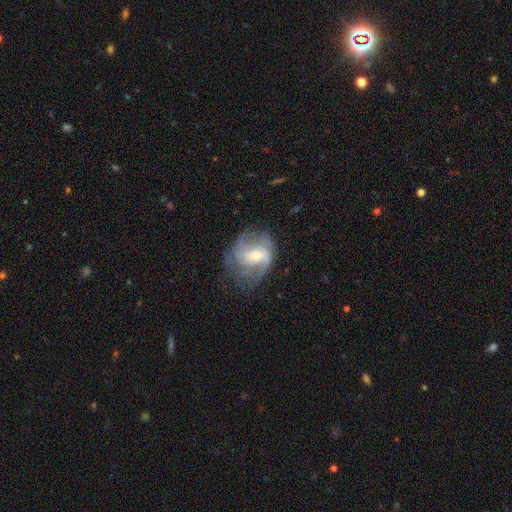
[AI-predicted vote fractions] Smooth or featured: featured or disk — 75% (smooth — 17%)
Edge-on disk: no — 97% (yes — 3%)
Bar: weak — 44% (no — 39%)
Spiral arms: yes — 85% (no — 15%)
Spiral winding: medium — 42% (loose — 36%)
Spiral arm count: 2 — 54% (can't tell — 23%)
Bulge size: small — 53% (moderate — 43%)
Merging: none — 53% (minor disturbance — 25%)